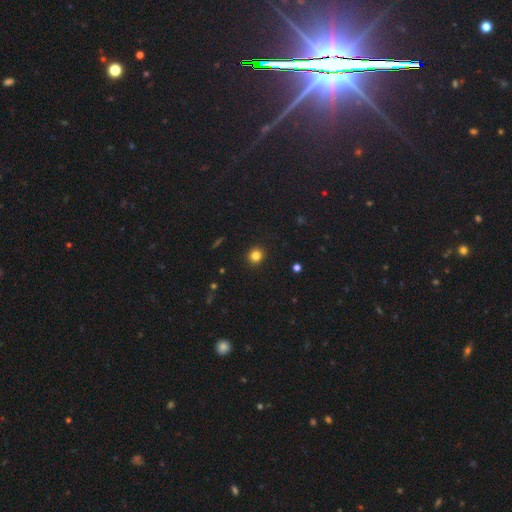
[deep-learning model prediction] The model was most divided on "smooth or featured": smooth: 82%, star or artifact: 12%, featured or disk: 5%. More confident: merging — none (92%); how rounded — round (89%).